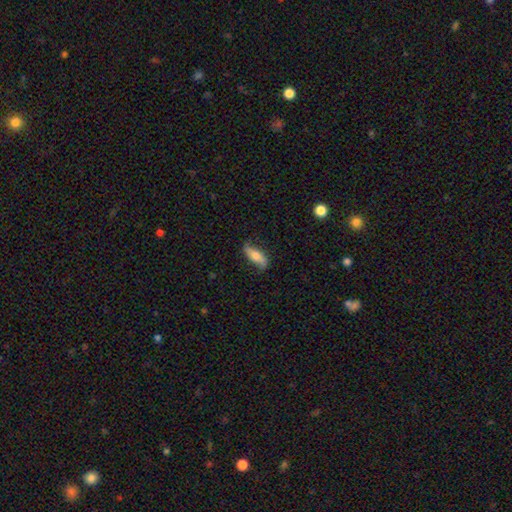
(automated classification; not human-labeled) A featured or disk galaxy (47%).

Vote fractions:
- Smooth or featured? featured or disk: 47% / smooth: 46% / star or artifact: 6%
- Merging? none: 74% / minor disturbance: 19% / major disturbance: 5% / merger: 1%